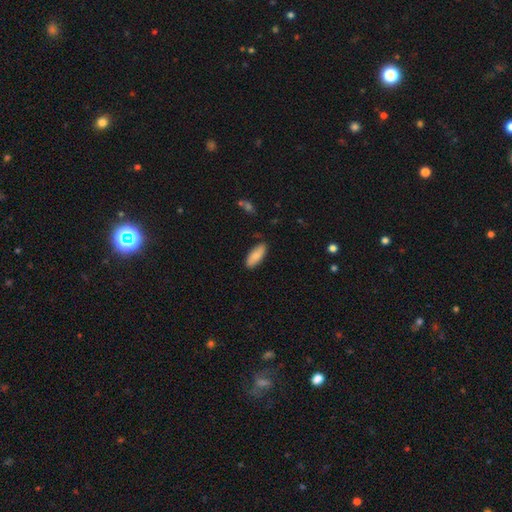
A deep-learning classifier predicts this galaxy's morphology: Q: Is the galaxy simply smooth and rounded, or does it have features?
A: smooth — 83%.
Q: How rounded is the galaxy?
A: in between — 79%.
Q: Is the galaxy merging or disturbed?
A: none — 86%.